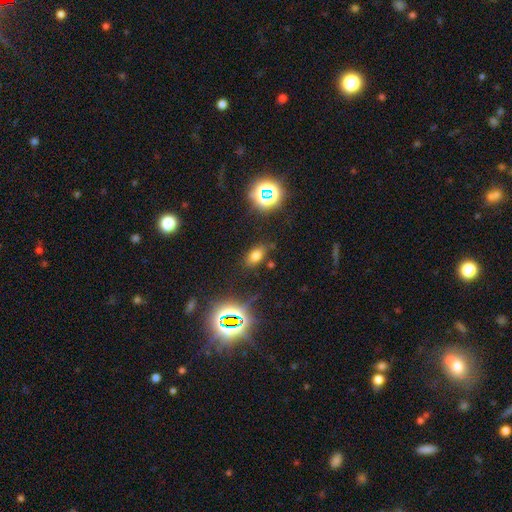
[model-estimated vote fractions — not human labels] Smooth or featured? smooth (64%)
How rounded? in between (85%)
Merging? none (80%)